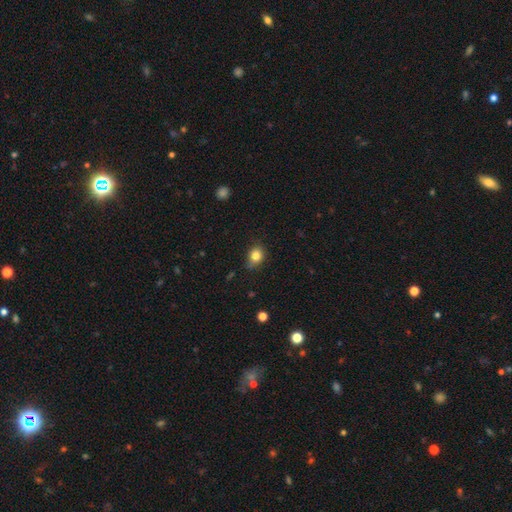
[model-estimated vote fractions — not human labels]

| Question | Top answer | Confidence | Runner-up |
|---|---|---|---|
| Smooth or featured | smooth | 82% | star or artifact (11%) |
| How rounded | round | 65% | in between (34%) |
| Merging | none | 67% | minor disturbance (26%) |